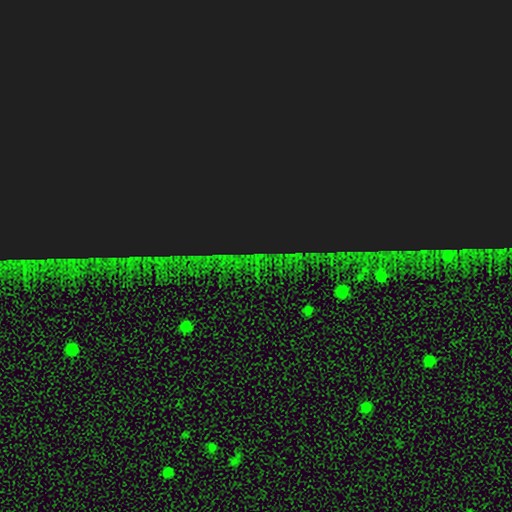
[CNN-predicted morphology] star or artifact 85%, featured or disk 8%, smooth 7%.